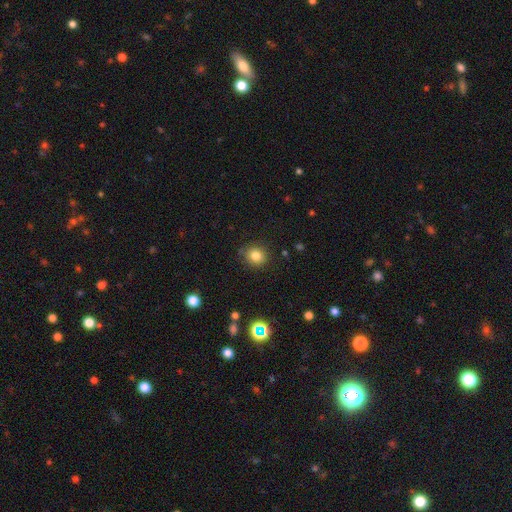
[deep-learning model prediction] Smooth or featured?
  - smooth: 81% *
  - star or artifact: 12%
  - featured or disk: 6%
How rounded?
  - round: 80% *
  - in between: 19%
  - cigar-shaped: 1%
Merging?
  - none: 85% *
  - minor disturbance: 11%
  - major disturbance: 3%
  - merger: 1%